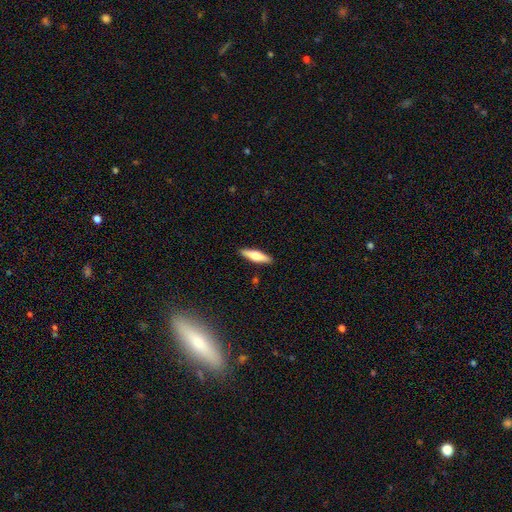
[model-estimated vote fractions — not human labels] This is possibly a smooth galaxy (60%). How rounded: likely cigar-shaped (68%). Merging: clearly none (90%).